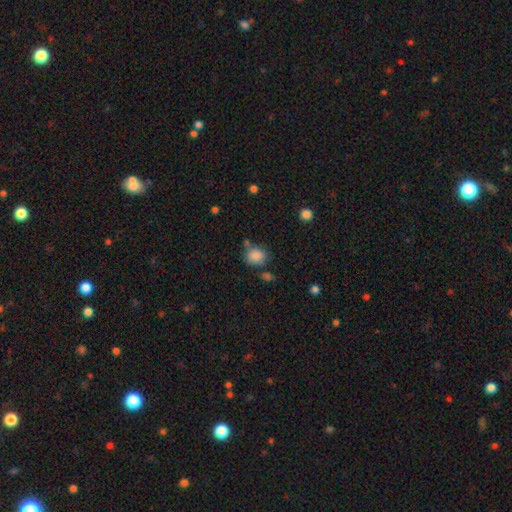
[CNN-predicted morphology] Smooth or featured? smooth (85%)
How rounded? round (63%)
Merging? none (63%)